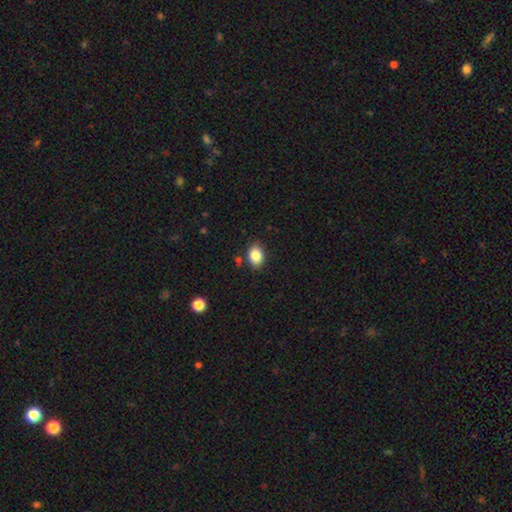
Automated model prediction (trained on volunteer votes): This is clearly a smooth galaxy (86%). How rounded: likely in between (77%). Merging: clearly none (84%).